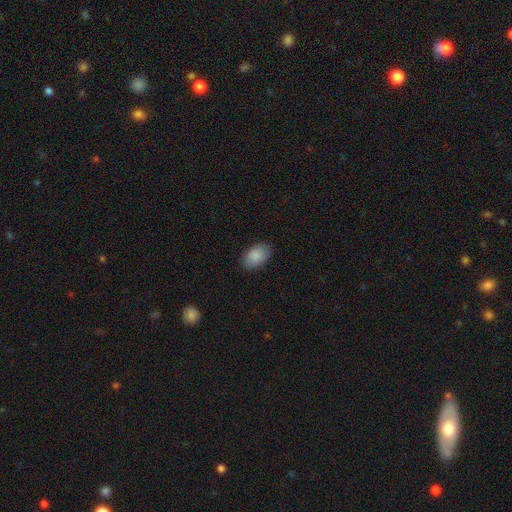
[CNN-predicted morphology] Smooth or featured? Predicted: smooth (p=0.89). How rounded? Predicted: in between (p=0.90). Merging? Predicted: none (p=0.87).